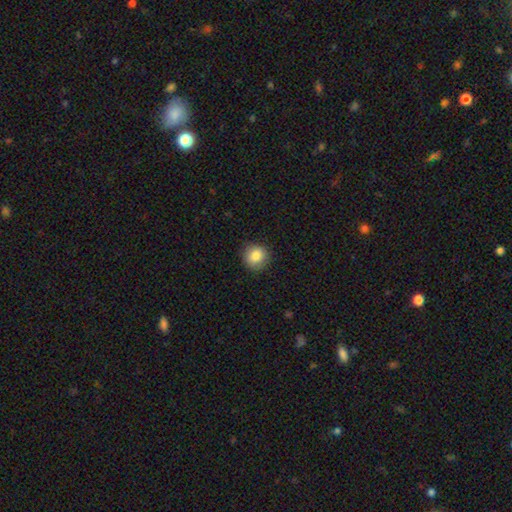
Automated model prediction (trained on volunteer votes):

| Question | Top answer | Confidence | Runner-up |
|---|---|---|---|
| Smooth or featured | smooth | 85% | star or artifact (9%) |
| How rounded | round | 89% | in between (10%) |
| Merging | none | 87% | minor disturbance (10%) |